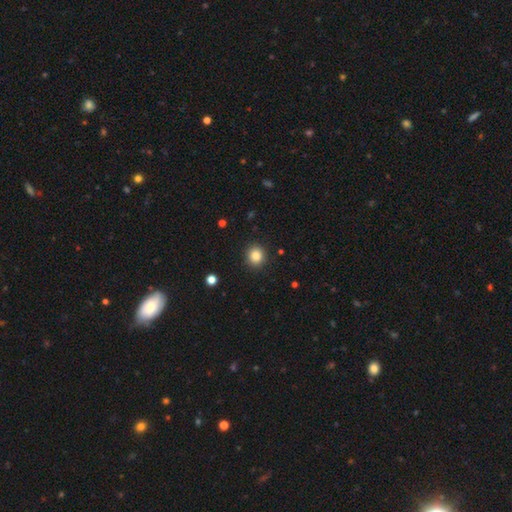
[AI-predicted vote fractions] Smooth or featured?
  - smooth: 85% *
  - star or artifact: 11%
  - featured or disk: 4%
How rounded?
  - round: 86% *
  - in between: 13%
  - cigar-shaped: 1%
Merging?
  - none: 90% *
  - minor disturbance: 7%
  - major disturbance: 2%
  - merger: 1%